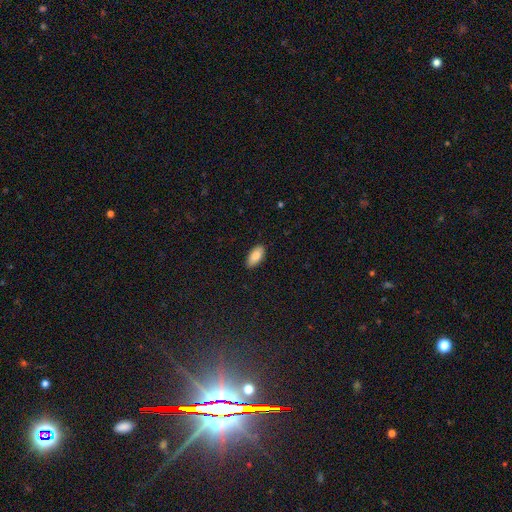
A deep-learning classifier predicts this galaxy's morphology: Q: Smooth or featured?
A: smooth (86%); runner-up: featured or disk (7%)
Q: How rounded?
A: in between (91%); runner-up: cigar-shaped (7%)
Q: Merging?
A: none (89%); runner-up: minor disturbance (8%)